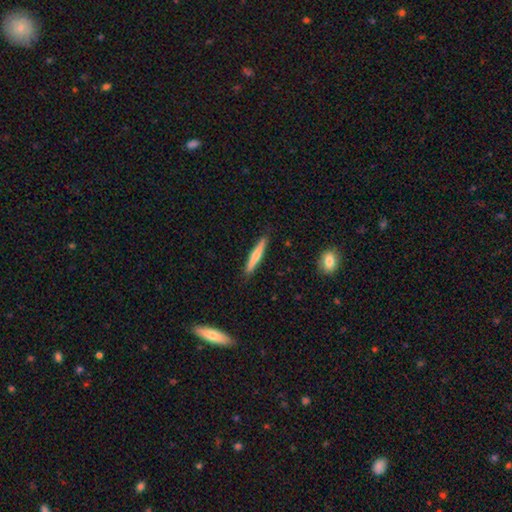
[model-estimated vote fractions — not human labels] The model was most divided on "smooth or featured": smooth: 59%, featured or disk: 36%, star or artifact: 6%. More confident: how rounded — cigar-shaped (94%); merging — none (89%).